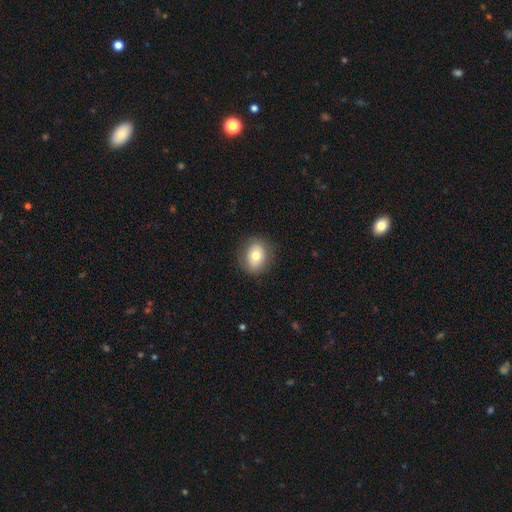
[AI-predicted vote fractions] A smooth galaxy with no disk features (73%) that is round (51%).

Vote fractions:
- Smooth or featured? smooth: 73% / featured or disk: 19% / star or artifact: 9%
- How rounded? round: 51% / in between: 48% / cigar-shaped: 1%
- Merging? none: 84% / minor disturbance: 12% / major disturbance: 4% / merger: 1%